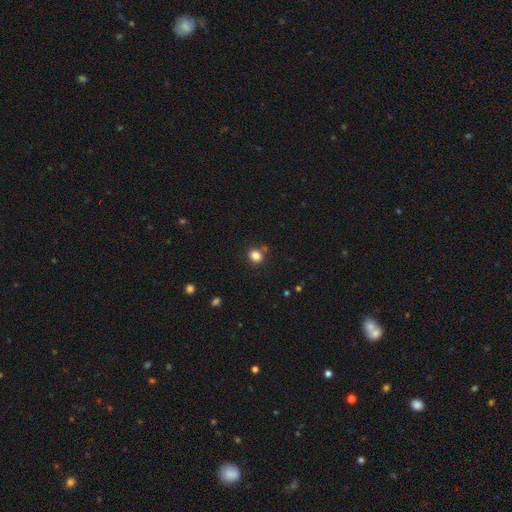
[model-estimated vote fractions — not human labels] A smooth galaxy with no disk features (84%) that is round (71%).

Vote fractions:
- Smooth or featured? smooth: 84% / star or artifact: 12% / featured or disk: 5%
- How rounded? round: 71% / in between: 28% / cigar-shaped: 1%
- Merging? none: 80% / minor disturbance: 10% / merger: 7% / major disturbance: 3%